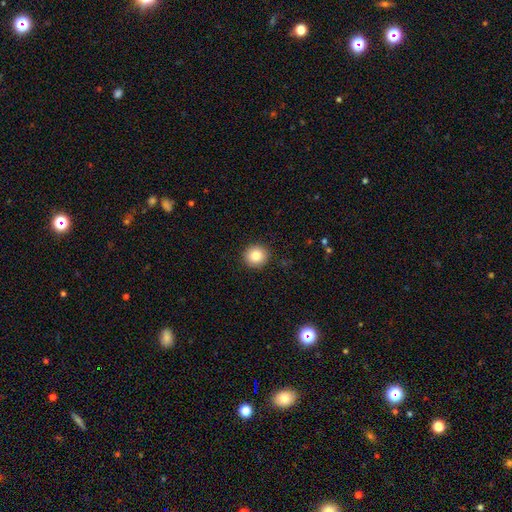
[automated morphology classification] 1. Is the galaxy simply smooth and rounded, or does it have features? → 85% smooth, 9% star or artifact, 6% featured or disk.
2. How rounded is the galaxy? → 92% round, 7% in between, 1% cigar-shaped.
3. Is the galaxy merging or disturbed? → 92% none, 5% minor disturbance, 2% major disturbance, 1% merger.